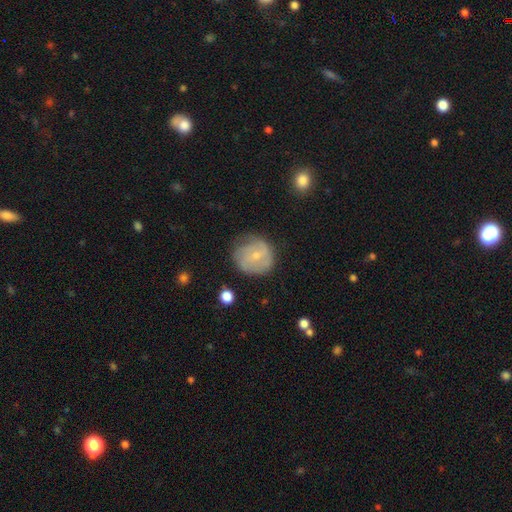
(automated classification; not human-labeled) Q: Smooth or featured?
A: featured or disk (47%); runner-up: smooth (45%)
Q: Merging?
A: none (60%); runner-up: minor disturbance (27%)